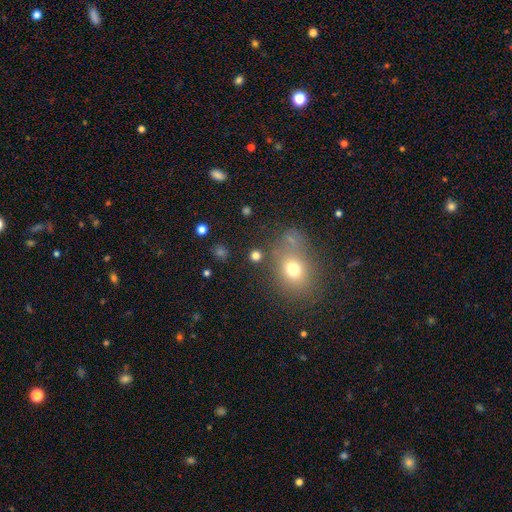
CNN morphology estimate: This appears to be a smooth galaxy with no disk features (75%) that is round (84%). Merging: none (77%).